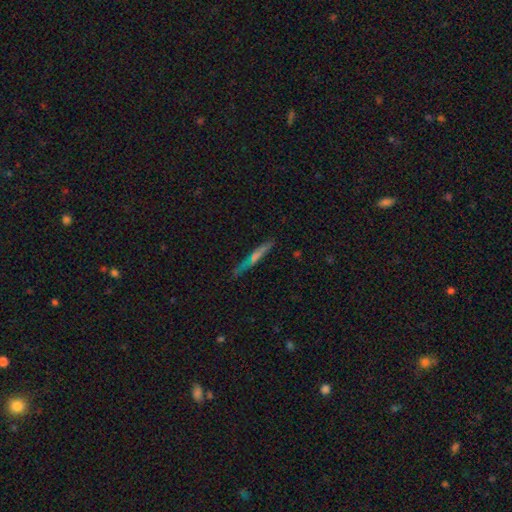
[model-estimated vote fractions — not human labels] Smooth or featured? Predicted: featured or disk (p=0.50). Edge-on disk? Predicted: yes (p=0.93). Merging? Predicted: none (p=0.81).